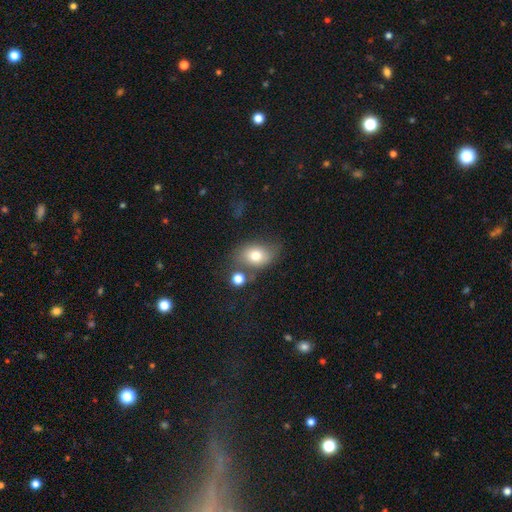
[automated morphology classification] type=smooth (74%); roundness=in between (74%); merging=none (58%).